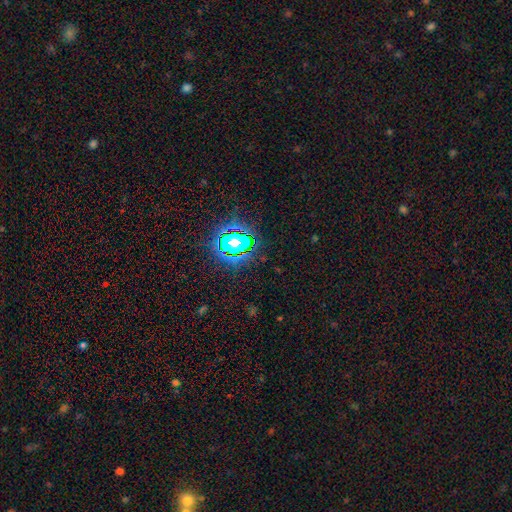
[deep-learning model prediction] A star or artifact, not a galaxy (82%).

Vote fractions:
- Smooth or featured? star or artifact: 82% / smooth: 11% / featured or disk: 7%